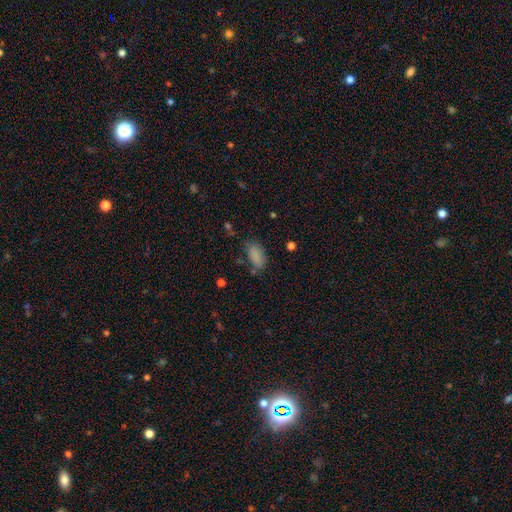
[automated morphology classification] Smooth or featured: smooth — 84% (star or artifact — 10%)
How rounded: in between — 91% (cigar-shaped — 5%)
Merging: none — 68% (minor disturbance — 21%)